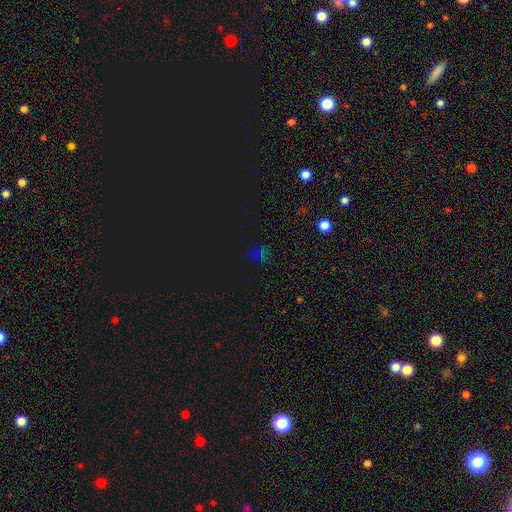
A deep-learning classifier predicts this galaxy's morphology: A star or artifact, not a galaxy (64%).